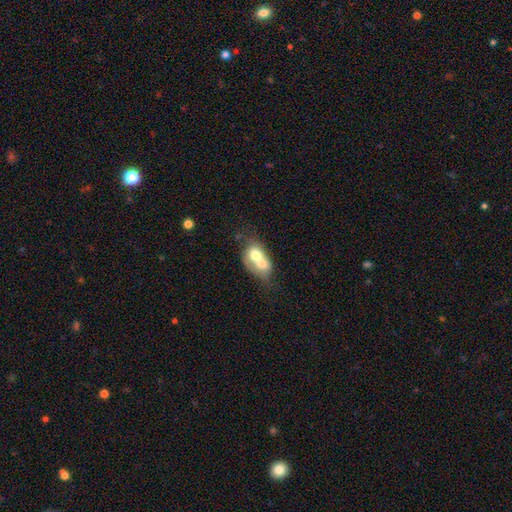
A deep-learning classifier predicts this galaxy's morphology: Smooth or featured? smooth (63%)
How rounded? in between (66%)
Merging? merger (73%)